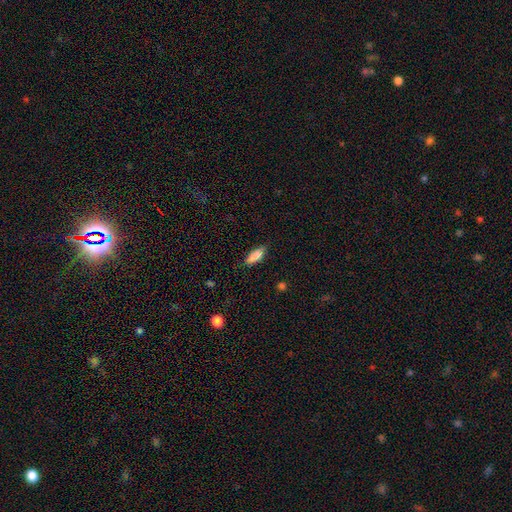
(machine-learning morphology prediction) type=smooth (85%); roundness=in between (67%); merging=none (78%).